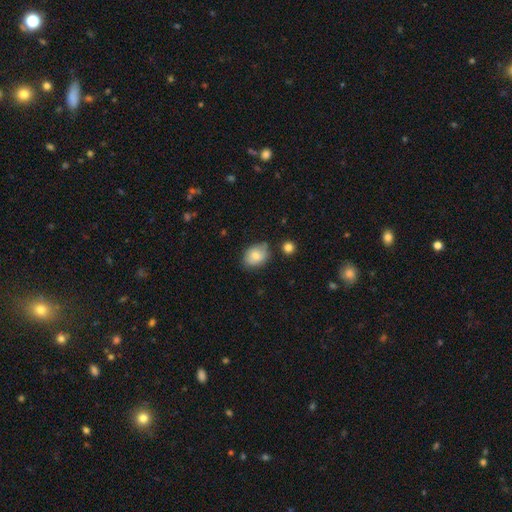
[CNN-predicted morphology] This appears to be a smooth galaxy with no disk features (73%) that is in between round and cigar-shaped (63%). Merging: none (68%).